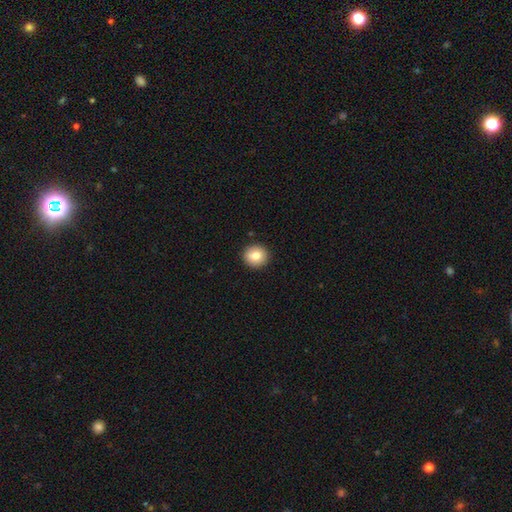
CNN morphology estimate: Smooth or featured? smooth (81%)
How rounded? round (88%)
Merging? none (92%)